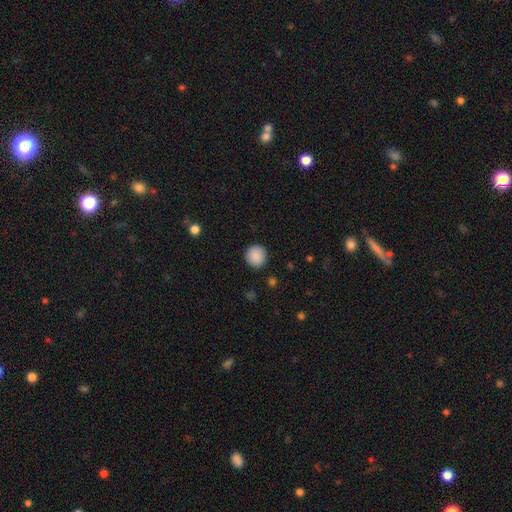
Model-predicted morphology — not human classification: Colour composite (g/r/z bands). It shows a smooth galaxy with no disk features (90%) that is round (93%). Merging: none (91%).